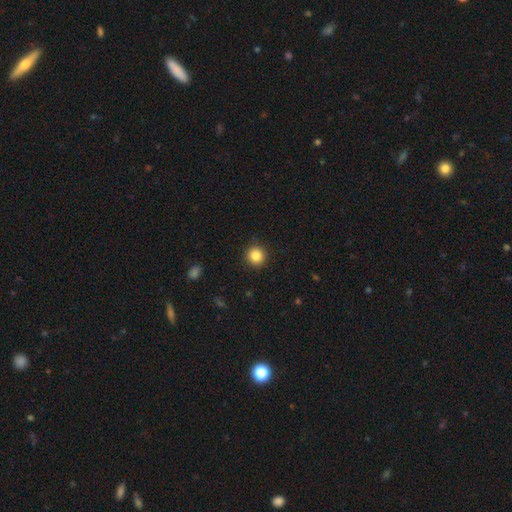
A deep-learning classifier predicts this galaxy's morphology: smooth 85%, star or artifact 10%, featured or disk 5%. Down the decision tree: how rounded — round (94%); merging — none (92%).